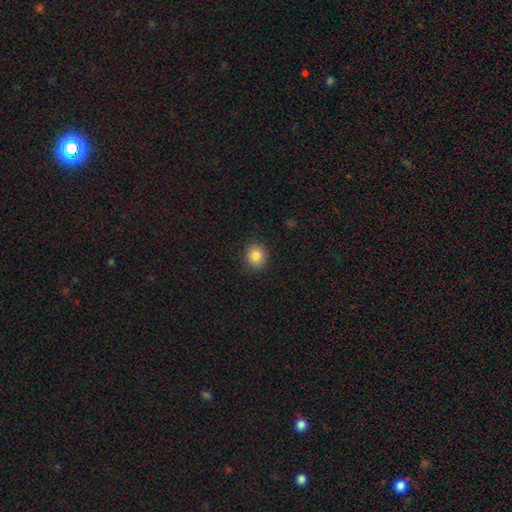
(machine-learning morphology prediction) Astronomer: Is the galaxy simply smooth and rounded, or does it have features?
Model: smooth — 85%.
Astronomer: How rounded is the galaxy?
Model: round — 85%.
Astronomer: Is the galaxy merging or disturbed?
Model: none — 90%.